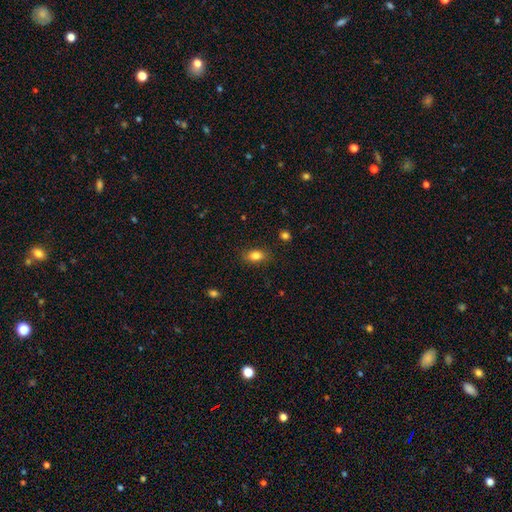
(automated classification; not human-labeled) Smooth or featured: smooth — 84% (star or artifact — 9%)
How rounded: in between — 83% (round — 14%)
Merging: none — 84% (minor disturbance — 12%)